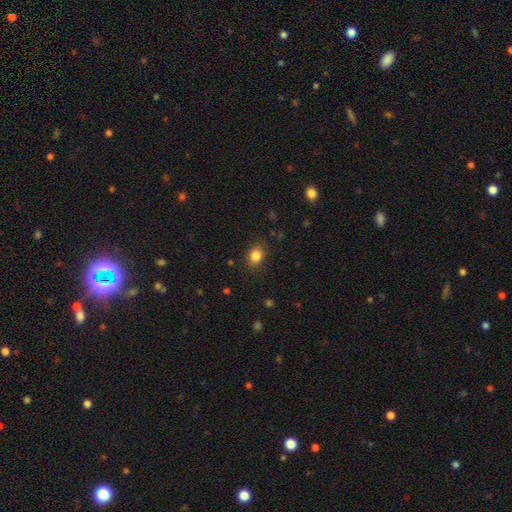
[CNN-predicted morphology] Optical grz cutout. It shows a smooth galaxy with no disk features (85%) that is in between round and cigar-shaped (63%). Merging: none (85%).